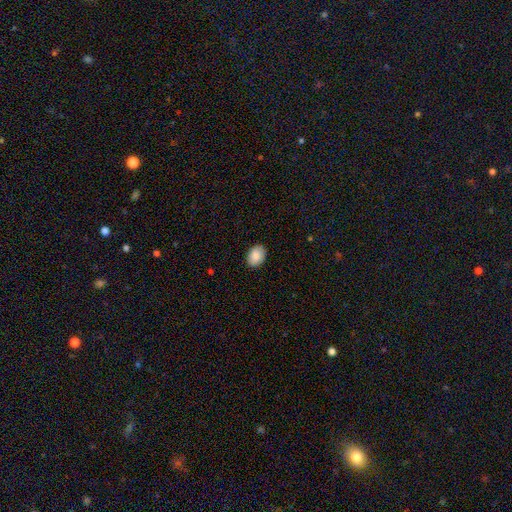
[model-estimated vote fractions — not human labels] smooth_or_featured: smooth (p=0.87) [alt: star or artifact p=0.07]
how_rounded: in between (p=0.79) [alt: round p=0.20]
merging: none (p=0.89) [alt: minor disturbance p=0.08]